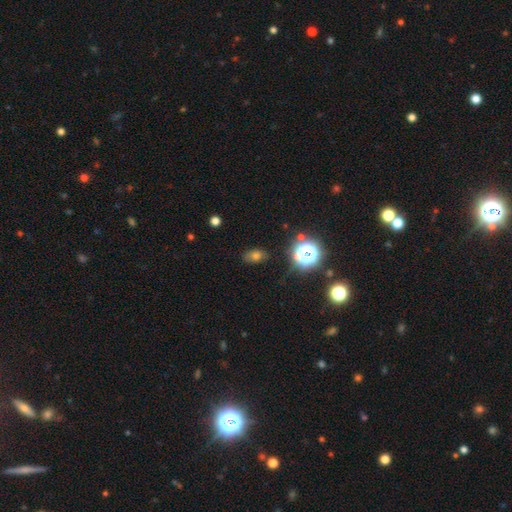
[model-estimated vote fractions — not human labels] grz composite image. It shows a smooth galaxy with no disk features (63%) that is in between round and cigar-shaped (77%). Merging: none (81%).